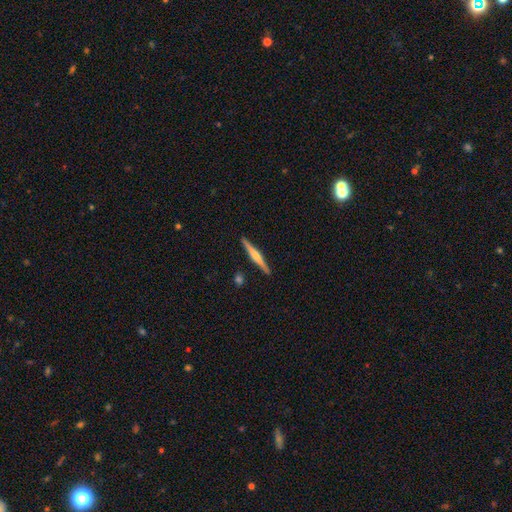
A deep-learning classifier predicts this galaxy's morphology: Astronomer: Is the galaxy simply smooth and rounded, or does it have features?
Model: featured or disk — 69%.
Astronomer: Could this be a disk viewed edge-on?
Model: yes — 98%.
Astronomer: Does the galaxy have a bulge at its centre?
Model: rounded — 74%.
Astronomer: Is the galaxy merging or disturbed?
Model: none — 91%.